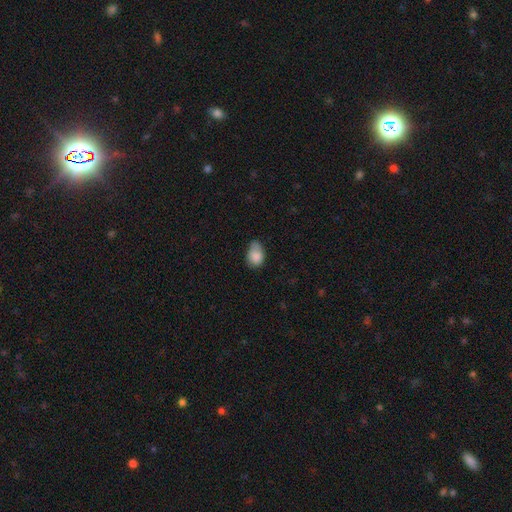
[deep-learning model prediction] smooth_or_featured: smooth (p=0.84) [alt: star or artifact p=0.08]
how_rounded: in between (p=0.80) [alt: round p=0.19]
merging: minor disturbance (p=0.44) [alt: none p=0.40]